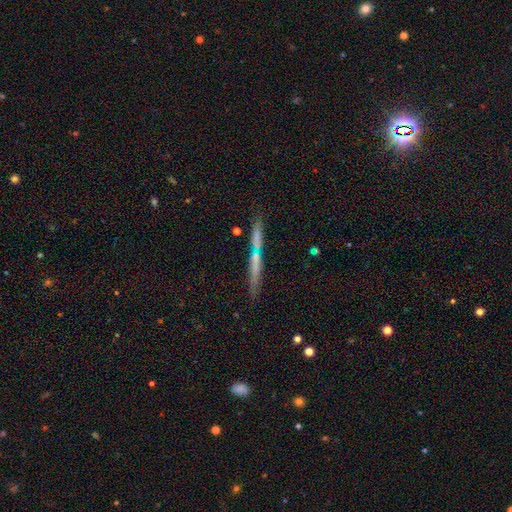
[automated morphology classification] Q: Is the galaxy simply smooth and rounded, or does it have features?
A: featured or disk — 49%.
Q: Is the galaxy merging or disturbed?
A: none — 79%.